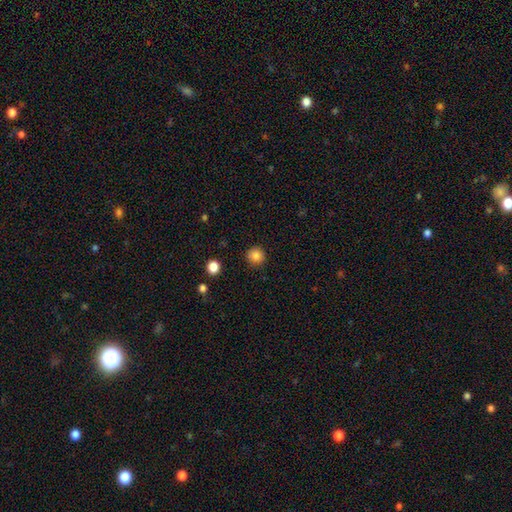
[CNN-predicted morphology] This appears to be a smooth galaxy with no disk features (84%) that is round (93%). Merging: none (90%).